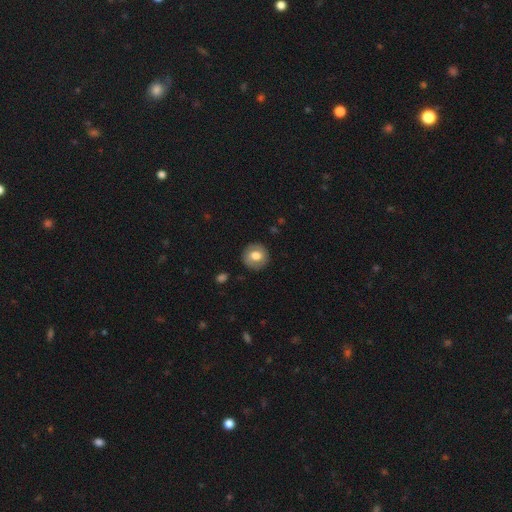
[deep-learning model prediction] Overall: smooth (69%). How rounded: round (90%). Merging: none (88%).